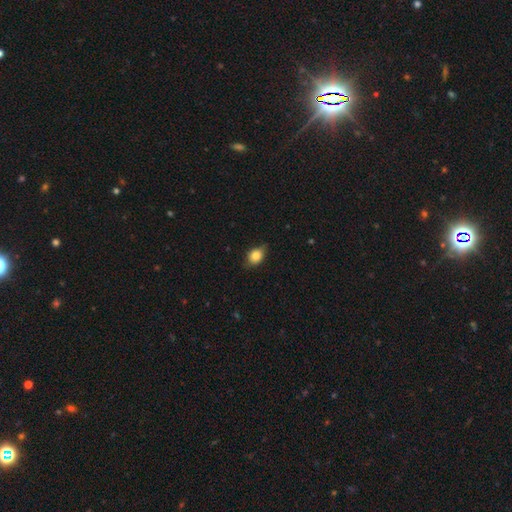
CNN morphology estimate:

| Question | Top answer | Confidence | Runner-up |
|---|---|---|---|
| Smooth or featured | smooth | 81% | featured or disk (10%) |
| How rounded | in between | 58% | round (40%) |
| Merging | none | 68% | minor disturbance (27%) |